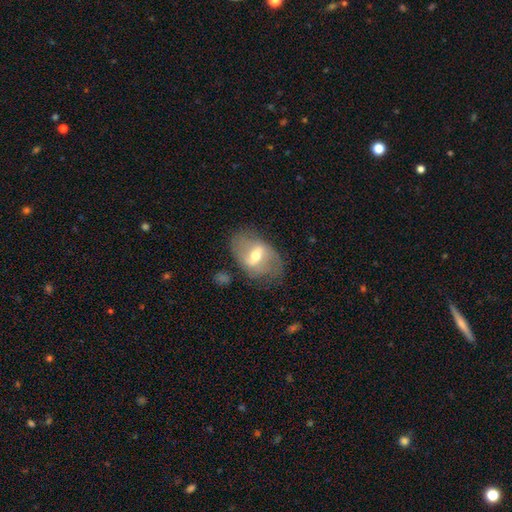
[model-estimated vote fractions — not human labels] This is likely a featured or disk galaxy (65%). It is clearly not viewed edge-on (92%). Bar: possibly strong (47%). Spiral arm pattern: possibly yes (56%). Central bulge: likely moderate (67%). Merging: likely none (67%).